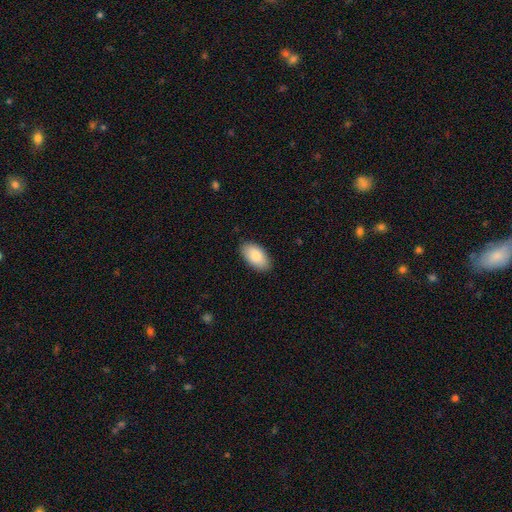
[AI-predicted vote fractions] A smooth galaxy with no disk features (87%) that is in between round and cigar-shaped (95%).

Vote fractions:
- Smooth or featured? smooth: 87% / featured or disk: 7% / star or artifact: 6%
- How rounded? in between: 95% / round: 3% / cigar-shaped: 2%
- Merging? none: 87% / minor disturbance: 10% / major disturbance: 2% / merger: 1%